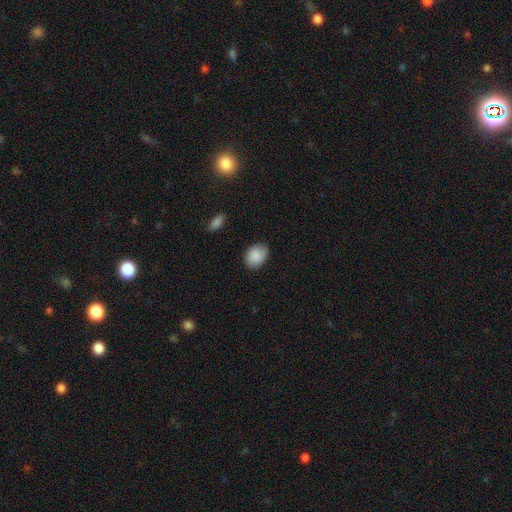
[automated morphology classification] This appears to be a smooth galaxy with no disk features (87%) that is in between round and cigar-shaped (70%). Merging: none (76%).